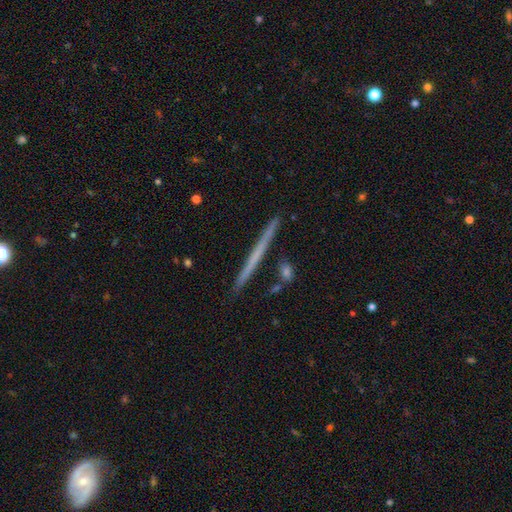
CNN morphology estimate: featured or disk 49%, smooth 45%, star or artifact 6%. Down the decision tree: merging — none (90%).